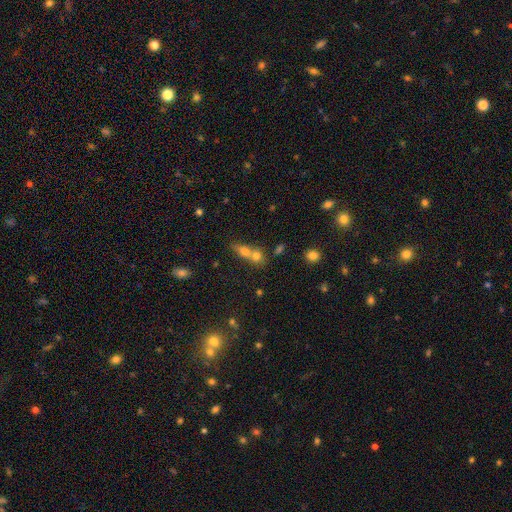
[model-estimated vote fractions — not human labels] Smooth or featured?
  - smooth: 61% *
  - featured or disk: 20%
  - star or artifact: 20%
How rounded?
  - round: 51% *
  - in between: 37%
  - cigar-shaped: 11%
Merging?
  - merger: 58% *
  - none: 32%
  - minor disturbance: 6%
  - major disturbance: 4%